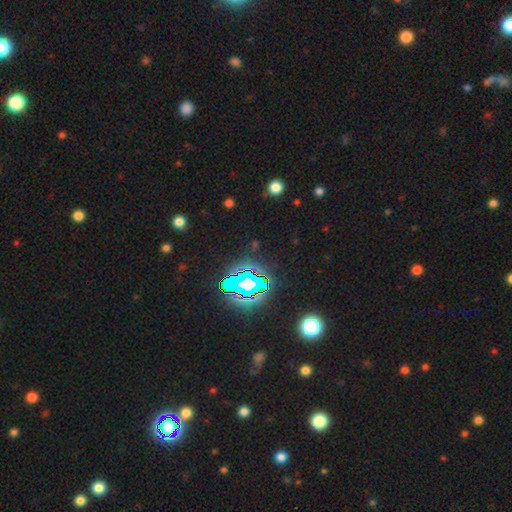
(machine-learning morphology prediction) Smooth or featured: star or artifact — 81% (smooth — 11%)